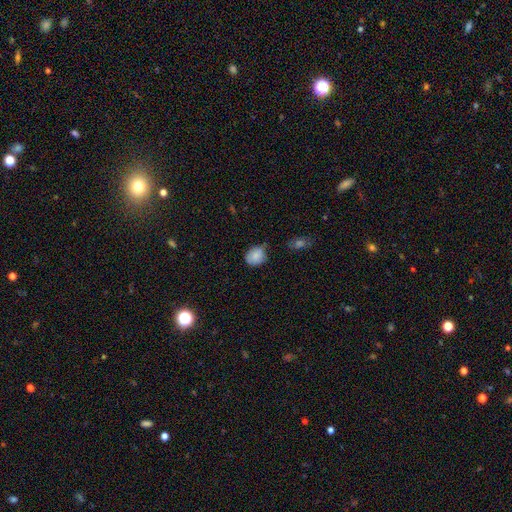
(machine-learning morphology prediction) This is clearly a smooth galaxy (82%). How rounded: likely round (65%). Merging: likely none (63%).